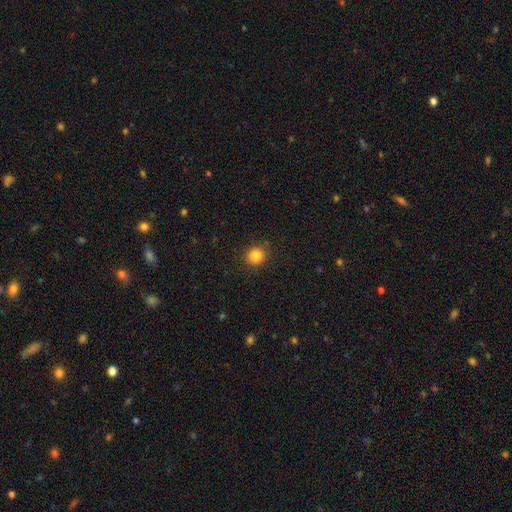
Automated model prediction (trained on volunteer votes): smooth-or-featured: smooth: 84% | star or artifact: 12% | featured or disk: 5%
  how-rounded: round: 88% | in between: 12% | cigar-shaped: 1%
  merging: none: 89% | minor disturbance: 7% | major disturbance: 2% | merger: 1%